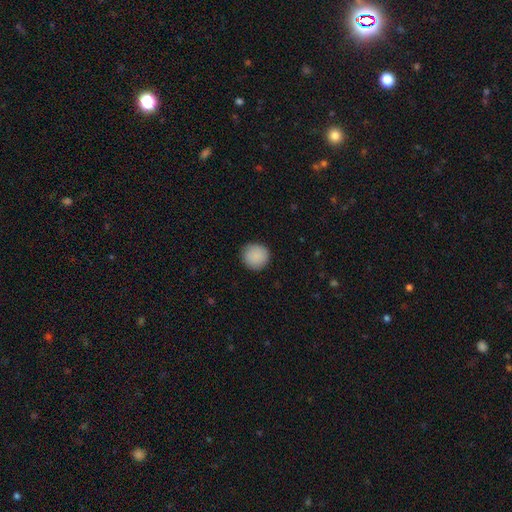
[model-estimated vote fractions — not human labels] The model was most divided on "merging": none: 89%, minor disturbance: 8%, major disturbance: 2%, merger: 1%. More confident: how rounded — round (93%); smooth or featured — smooth (89%).